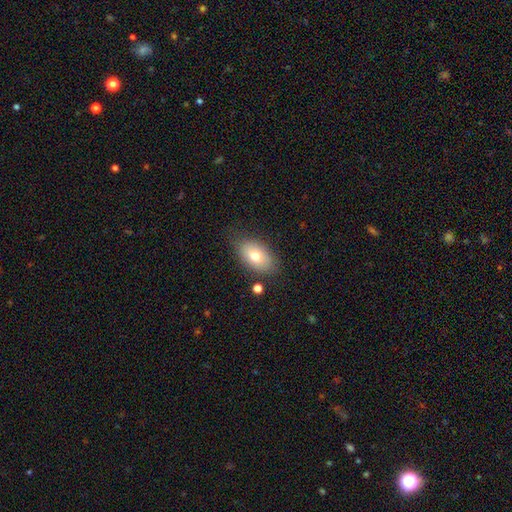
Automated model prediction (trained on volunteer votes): Smooth or featured? Predicted: smooth (p=0.72). How rounded? Predicted: in between (p=0.88). Merging? Predicted: none (p=0.77).